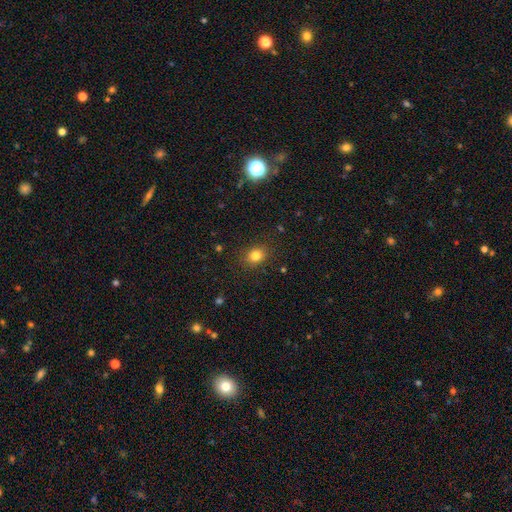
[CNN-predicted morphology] type=smooth (81%); roundness=round (56%); merging=none (87%).